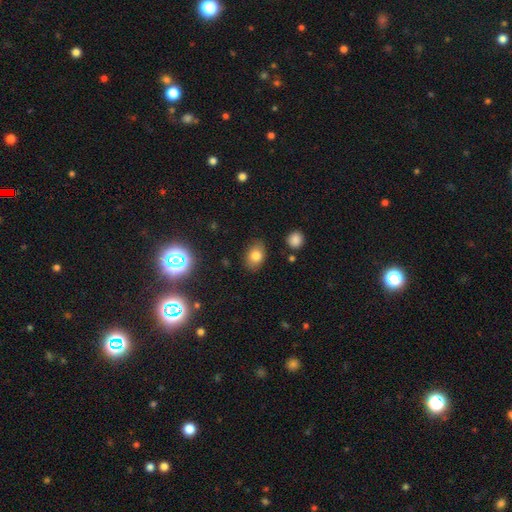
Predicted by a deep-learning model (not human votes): smooth-or-featured: smooth: 78% | star or artifact: 12% | featured or disk: 10%
  how-rounded: in between: 78% | round: 21% | cigar-shaped: 1%
  merging: none: 82% | minor disturbance: 13% | major disturbance: 3% | merger: 2%